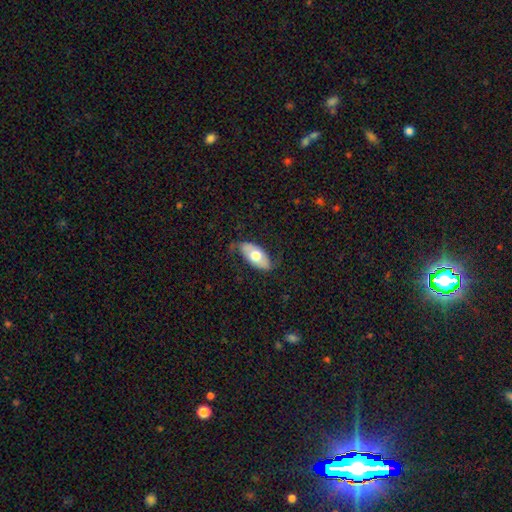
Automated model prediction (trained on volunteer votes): A smooth galaxy with no disk features (59%) that is in between round and cigar-shaped (92%).

Vote fractions:
- Smooth or featured? smooth: 59% / featured or disk: 36% / star or artifact: 5%
- How rounded? in between: 92% / cigar-shaped: 5% / round: 3%
- Merging? none: 71% / minor disturbance: 21% / major disturbance: 7% / merger: 1%